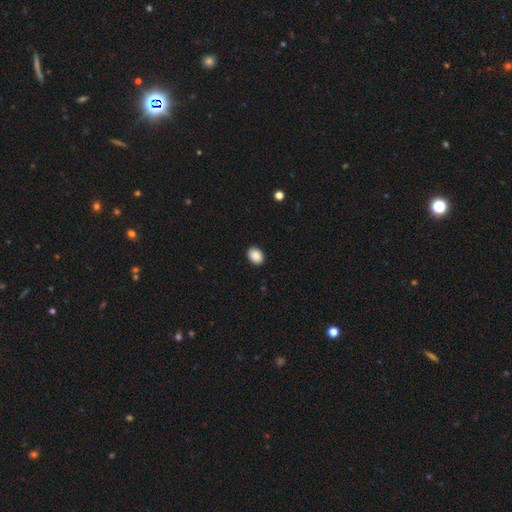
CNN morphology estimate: Overall: smooth (89%). How rounded: in between (69%; round 30%). Merging: none (90%).